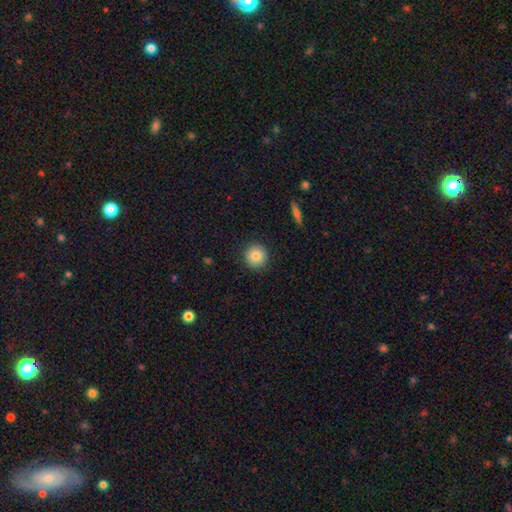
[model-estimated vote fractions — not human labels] This appears to be a smooth galaxy with no disk features (85%) that is round (94%). Merging: none (92%).